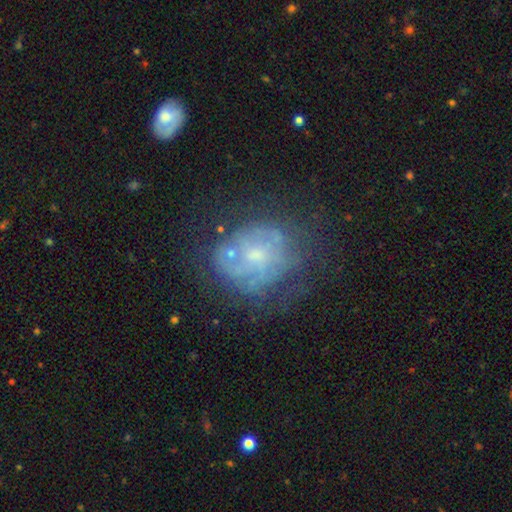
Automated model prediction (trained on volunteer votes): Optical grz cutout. It shows a featured or disk galaxy (62%) with no bar (81%), no spiral arms (57%) and a small central bulge (55%). Merging: none (53%).